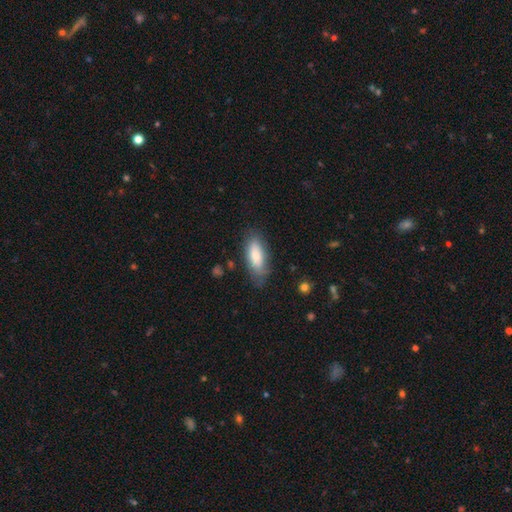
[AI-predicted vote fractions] Q: Smooth or featured?
A: smooth (80%); runner-up: featured or disk (14%)
Q: How rounded?
A: in between (76%); runner-up: cigar-shaped (22%)
Q: Merging?
A: none (72%); runner-up: minor disturbance (21%)